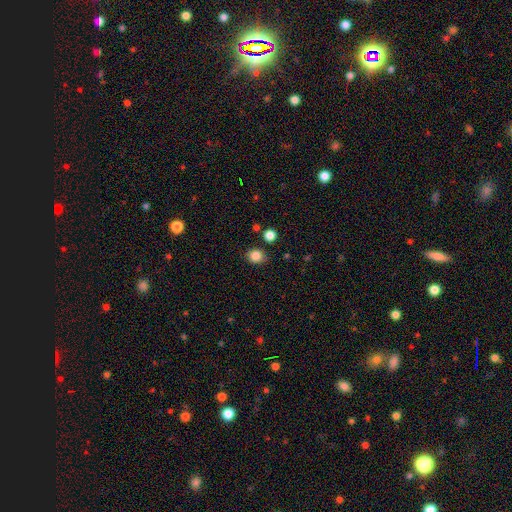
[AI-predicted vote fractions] Smooth or featured?
  - smooth: 85% *
  - star or artifact: 11%
  - featured or disk: 5%
How rounded?
  - round: 64% *
  - in between: 36%
  - cigar-shaped: 1%
Merging?
  - none: 81% *
  - minor disturbance: 13%
  - merger: 4%
  - major disturbance: 3%